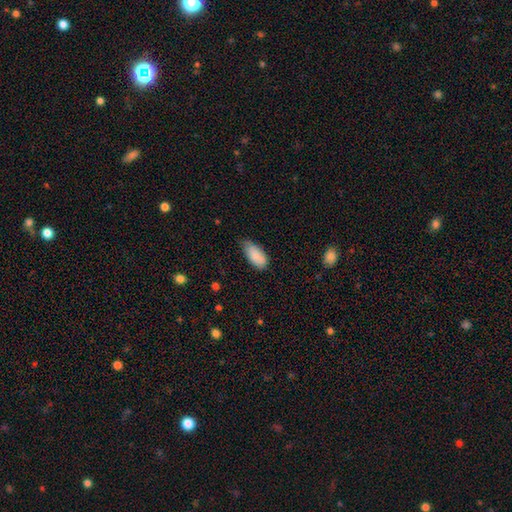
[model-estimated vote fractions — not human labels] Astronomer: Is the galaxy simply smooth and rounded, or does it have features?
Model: smooth — 87%.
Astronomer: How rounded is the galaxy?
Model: in between — 91%.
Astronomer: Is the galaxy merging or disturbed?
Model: none — 59% (runner-up: minor disturbance, 34%).